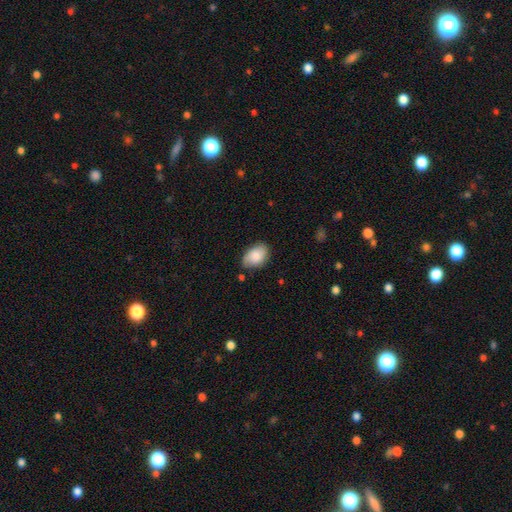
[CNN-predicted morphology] Q: Smooth or featured?
A: smooth (82%); runner-up: featured or disk (12%)
Q: How rounded?
A: in between (89%); runner-up: round (9%)
Q: Merging?
A: none (71%); runner-up: minor disturbance (23%)